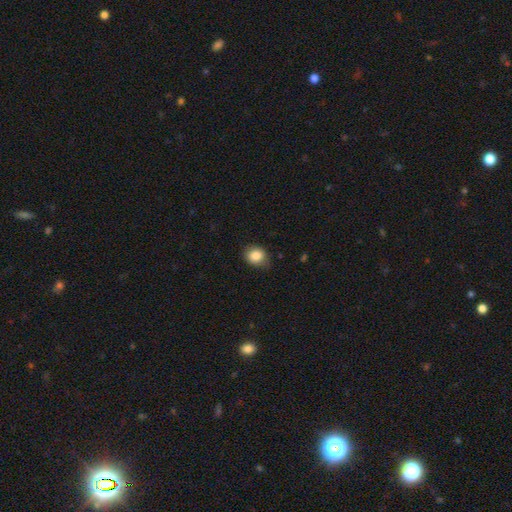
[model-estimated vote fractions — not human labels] The model was most divided on "how rounded": round: 61%, in between: 38%, cigar-shaped: 1%. More confident: smooth or featured — smooth (85%); merging — none (69%).